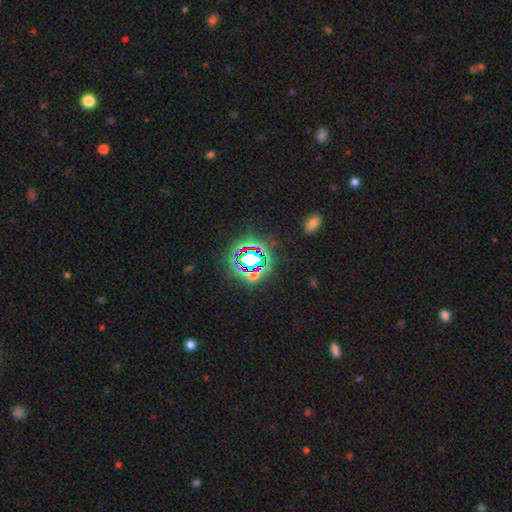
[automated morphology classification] Smooth or featured? Predicted: star or artifact (p=0.76).